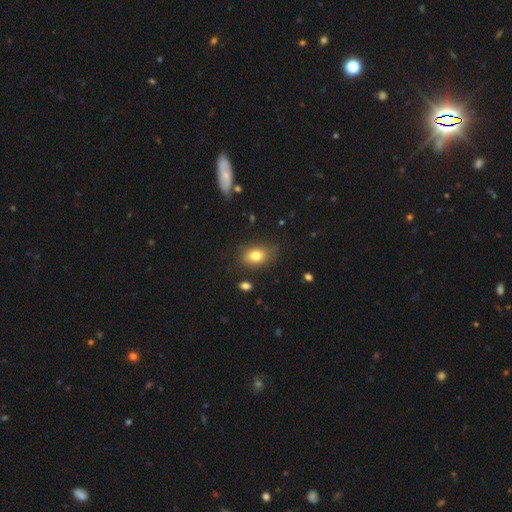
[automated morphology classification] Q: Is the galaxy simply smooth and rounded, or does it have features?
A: smooth — 79%.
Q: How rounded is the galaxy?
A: in between — 76%.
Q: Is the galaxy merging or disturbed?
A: none — 79%.